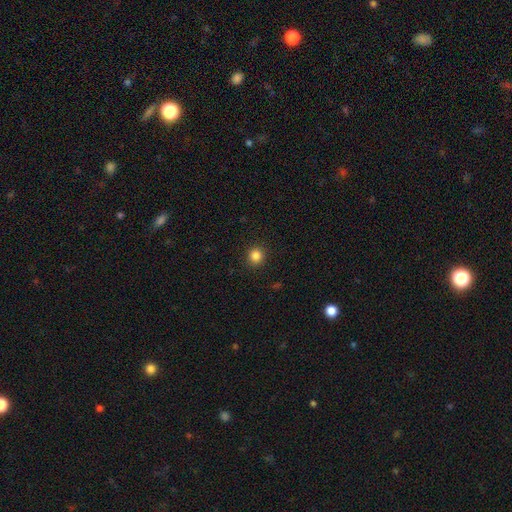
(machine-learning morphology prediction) Overall: smooth (84%). How rounded: round (92%). Merging: none (92%).